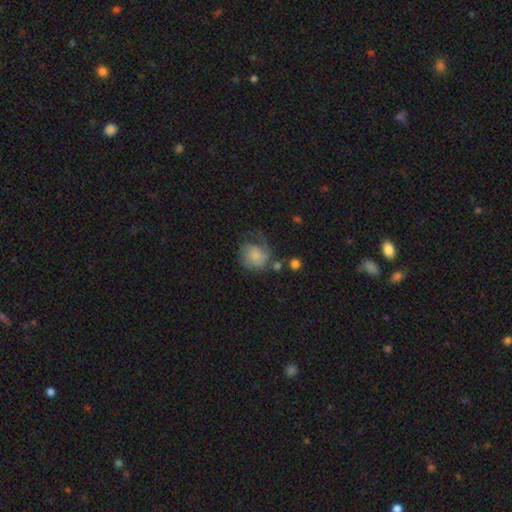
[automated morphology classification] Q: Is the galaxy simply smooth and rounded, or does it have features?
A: smooth — 53%.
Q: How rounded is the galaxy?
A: round — 67%.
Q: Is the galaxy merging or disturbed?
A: major disturbance — 38%.